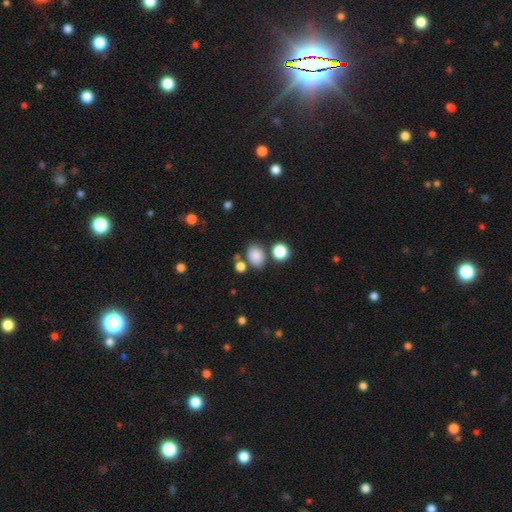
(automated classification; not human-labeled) A smooth galaxy with no disk features (84%) that is in between round and cigar-shaped (60%).

Vote fractions:
- Smooth or featured? smooth: 84% / star or artifact: 11% / featured or disk: 5%
- How rounded? in between: 60% / round: 39% / cigar-shaped: 1%
- Merging? none: 71% / merger: 13% / minor disturbance: 12% / major disturbance: 4%